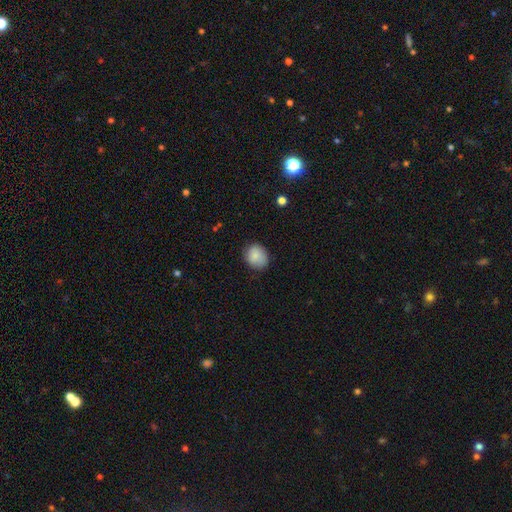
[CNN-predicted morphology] smooth_or_featured: smooth (p=0.86) [alt: star or artifact p=0.08]
how_rounded: round (p=0.64) [alt: in between p=0.35]
merging: none (p=0.78) [alt: minor disturbance p=0.17]